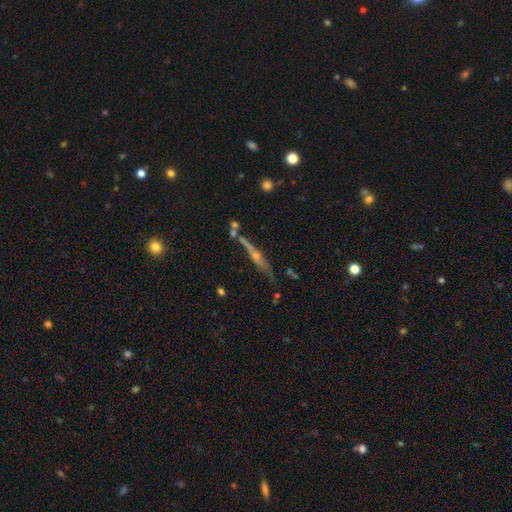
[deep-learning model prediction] Smooth or featured? featured or disk (68%)
Edge-on disk? yes (93%)
Edge-on bulge? rounded (76%)
Merging? none (73%)